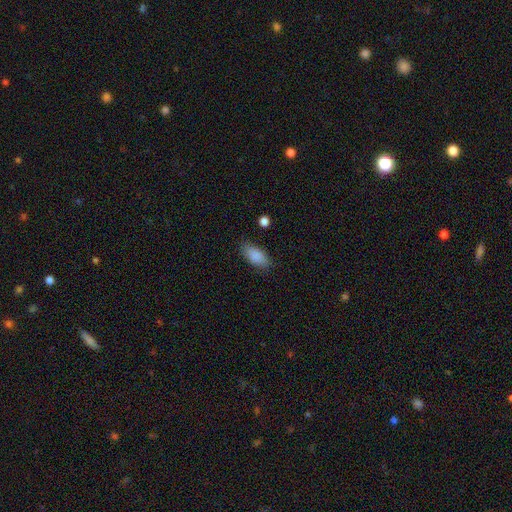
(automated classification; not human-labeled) Overall: smooth (88%). How rounded: in between (90%). Merging: none (82%).